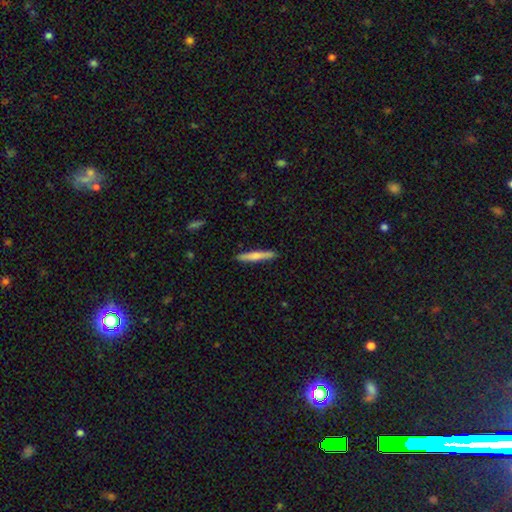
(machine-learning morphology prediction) Smooth or featured? smooth (63%)
How rounded? cigar-shaped (94%)
Merging? none (90%)